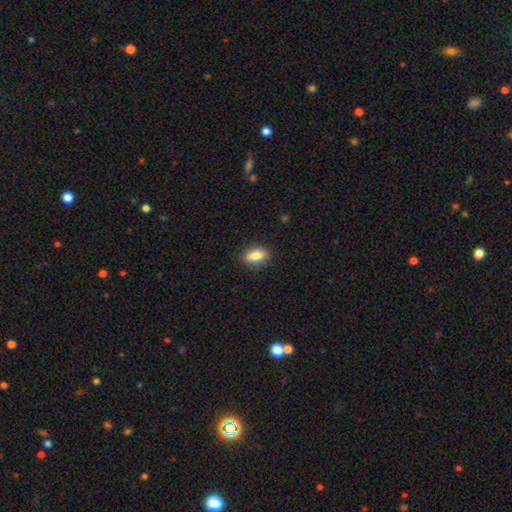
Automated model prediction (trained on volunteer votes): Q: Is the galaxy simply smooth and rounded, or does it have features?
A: smooth — 76%.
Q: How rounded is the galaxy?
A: in between — 81%.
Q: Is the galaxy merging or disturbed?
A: none — 87%.